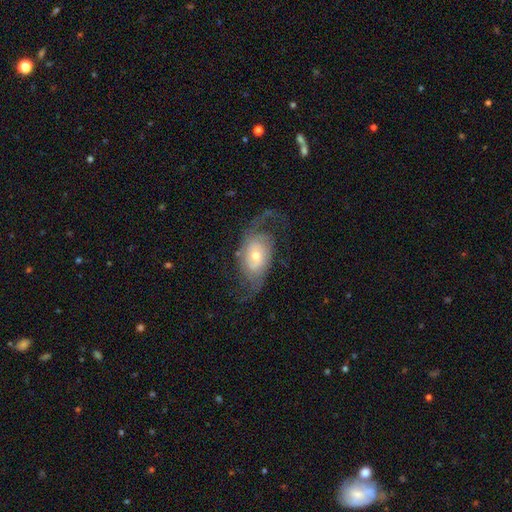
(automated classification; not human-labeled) featured or disk 82%, smooth 12%, star or artifact 6%. Down the decision tree: edge-on disk — no (95%); bar — no (61%); spiral arms — yes (93%); spiral arm count — 2 (80%); spiral winding — loose (45%); bulge size — moderate (51%); merging — none (60%).